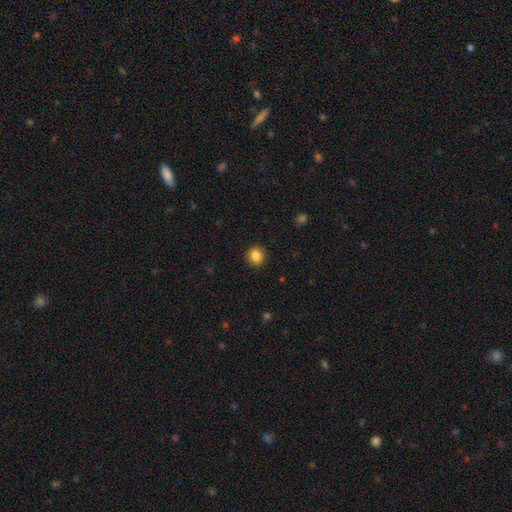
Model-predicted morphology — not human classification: Smooth or featured? Predicted: smooth (p=0.86). How rounded? Predicted: round (p=0.82). Merging? Predicted: none (p=0.91).